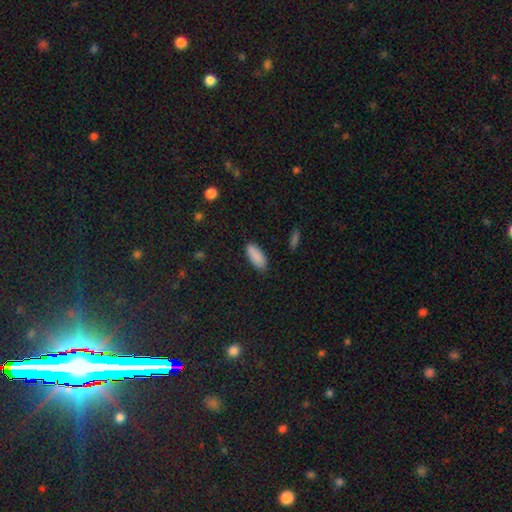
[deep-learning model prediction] Q: Smooth or featured?
A: smooth (89%); runner-up: star or artifact (7%)
Q: How rounded?
A: in between (81%); runner-up: cigar-shaped (17%)
Q: Merging?
A: none (86%); runner-up: minor disturbance (10%)